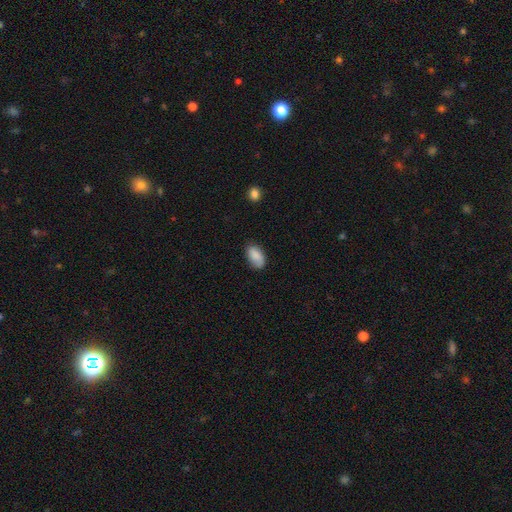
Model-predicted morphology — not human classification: The model was most divided on "merging": none: 74%, minor disturbance: 20%, major disturbance: 4%, merger: 2%. More confident: how rounded — in between (93%); smooth or featured — smooth (86%).